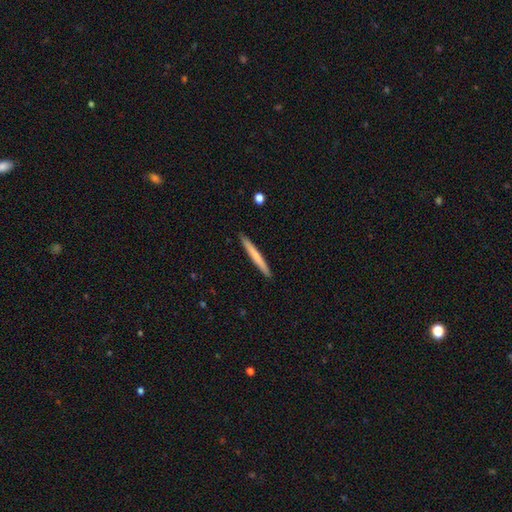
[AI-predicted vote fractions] smooth-or-featured: smooth: 64% | featured or disk: 31% | star or artifact: 5%
  how-rounded: cigar-shaped: 97% | in between: 2% | round: 1%
  merging: none: 93% | minor disturbance: 5% | major disturbance: 1% | merger: 1%